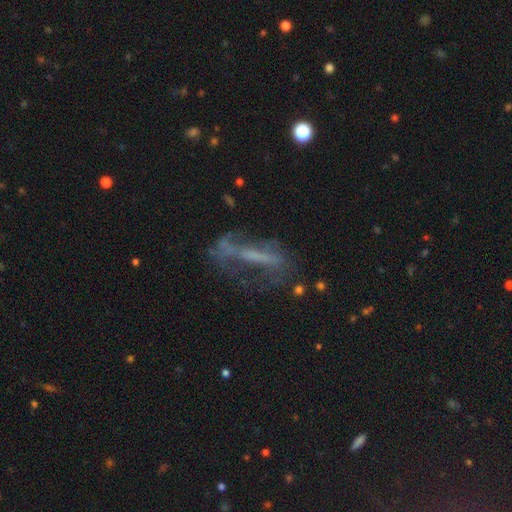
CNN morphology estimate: A featured or disk galaxy (59%). Merging: none (45%).